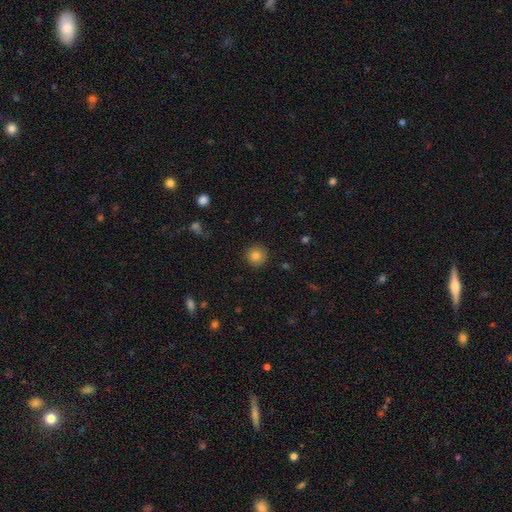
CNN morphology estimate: smooth-or-featured: smooth: 83% | star or artifact: 10% | featured or disk: 7%
  how-rounded: round: 94% | in between: 5% | cigar-shaped: 1%
  merging: none: 89% | minor disturbance: 8% | major disturbance: 2% | merger: 1%